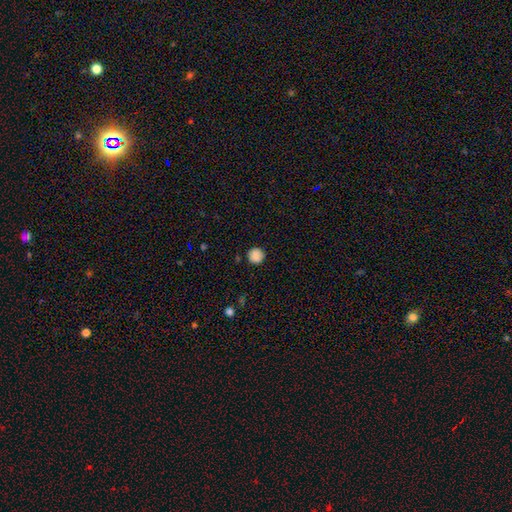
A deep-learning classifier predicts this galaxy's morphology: Smooth or featured? Predicted: smooth (p=0.87). How rounded? Predicted: round (p=0.94). Merging? Predicted: none (p=0.88).